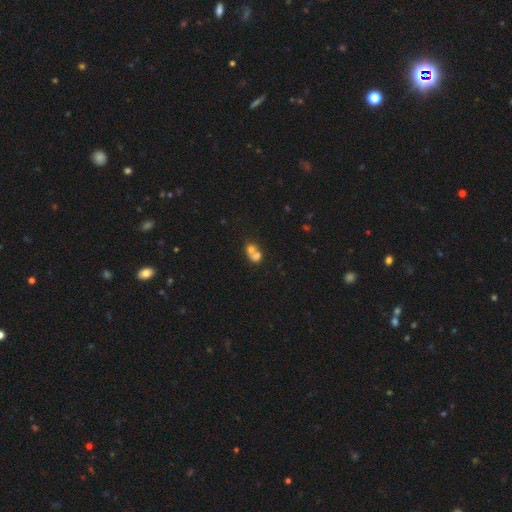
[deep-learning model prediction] A smooth galaxy with no disk features (68%) that is round (59%). Merging: merger (70%).